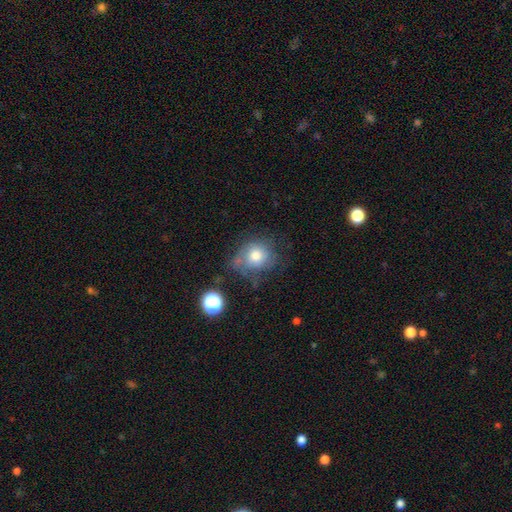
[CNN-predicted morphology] Overall: smooth (71%). How rounded: round (77%). Merging: none (54%; minor disturbance 26%).